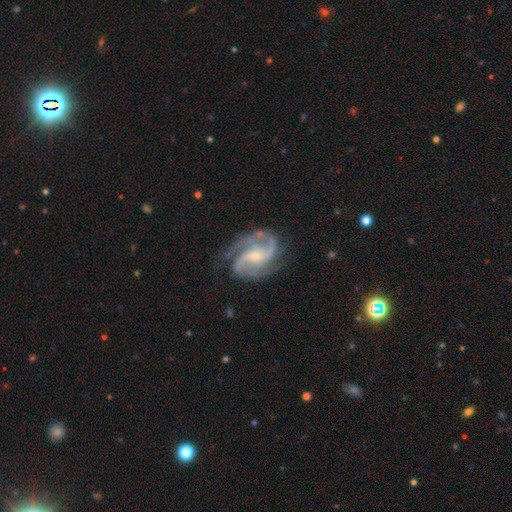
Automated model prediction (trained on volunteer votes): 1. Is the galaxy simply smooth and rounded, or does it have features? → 93% featured or disk, 4% star or artifact, 3% smooth.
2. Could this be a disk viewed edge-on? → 98% no, 2% yes.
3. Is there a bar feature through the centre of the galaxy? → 40% weak, 39% no, 21% strong.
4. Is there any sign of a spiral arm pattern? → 98% yes, 2% no.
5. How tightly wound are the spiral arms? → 59% medium, 28% tight, 14% loose.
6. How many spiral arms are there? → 68% 2, 20% 3, 4% can't tell, 3% 4, 3% 1, 3% more than 4.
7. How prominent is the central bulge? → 73% small, 22% moderate, 3% none, 1% large, 1% dominant.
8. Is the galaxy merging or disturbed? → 74% none, 17% minor disturbance, 7% major disturbance, 1% merger.